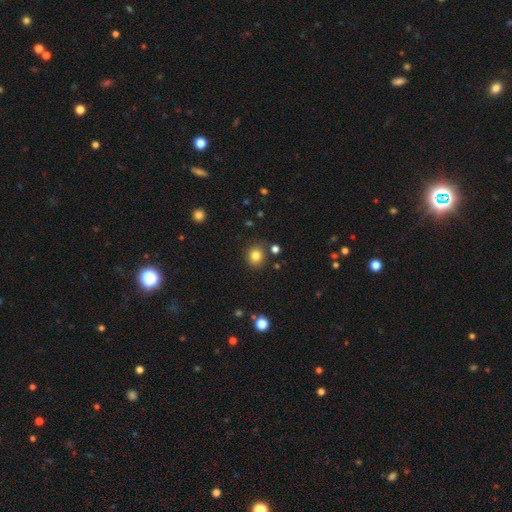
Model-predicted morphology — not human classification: This appears to be a smooth galaxy with no disk features (82%) that is round (83%). Merging: none (84%).